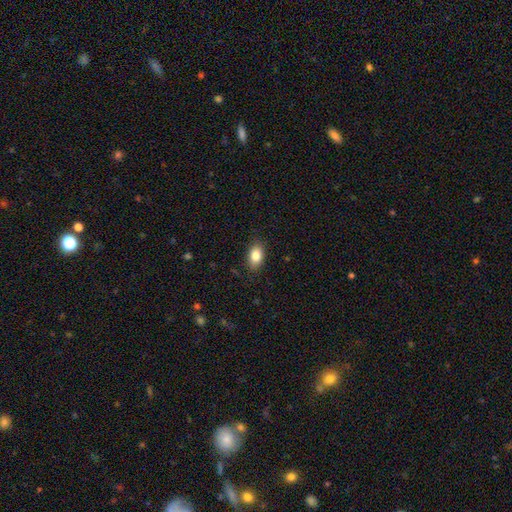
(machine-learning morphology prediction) A smooth galaxy with no disk features (84%) that is in between round and cigar-shaped (89%).

Vote fractions:
- Smooth or featured? smooth: 84% / featured or disk: 8% / star or artifact: 8%
- How rounded? in between: 89% / round: 9% / cigar-shaped: 2%
- Merging? none: 86% / minor disturbance: 10% / major disturbance: 2% / merger: 1%